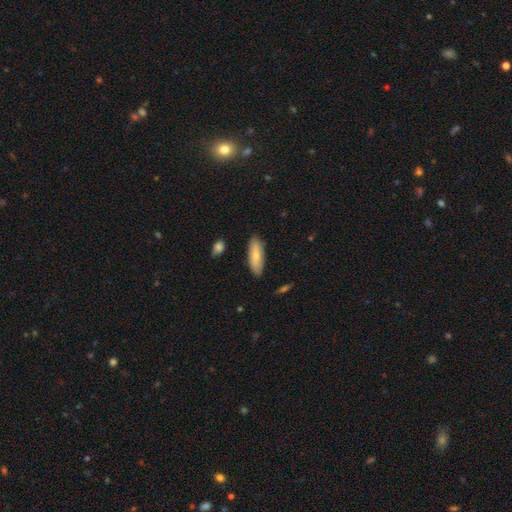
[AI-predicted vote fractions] Q: Smooth or featured?
A: smooth (74%); runner-up: featured or disk (20%)
Q: How rounded?
A: in between (62%); runner-up: cigar-shaped (35%)
Q: Merging?
A: none (86%); runner-up: minor disturbance (11%)